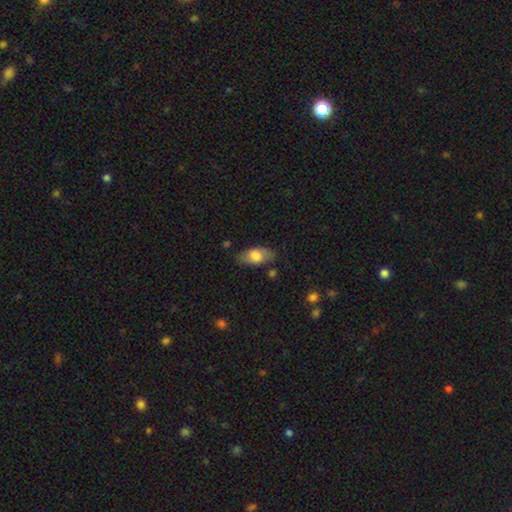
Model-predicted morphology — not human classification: The model was most divided on "smooth or featured": smooth: 70%, featured or disk: 22%, star or artifact: 7%. More confident: how rounded — in between (88%); merging — none (70%).